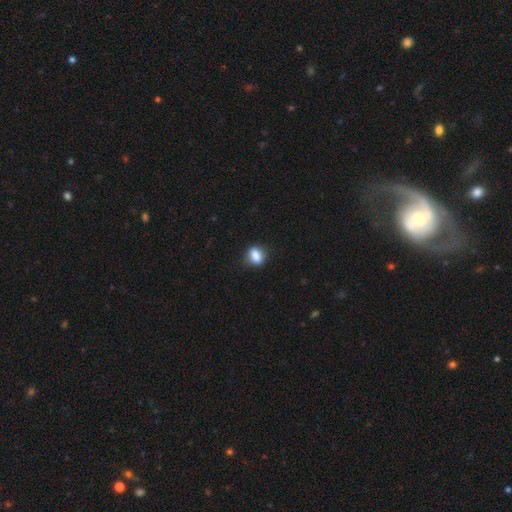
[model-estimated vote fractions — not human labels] Smooth or featured? smooth (85%)
How rounded? in between (65%)
Merging? none (80%)